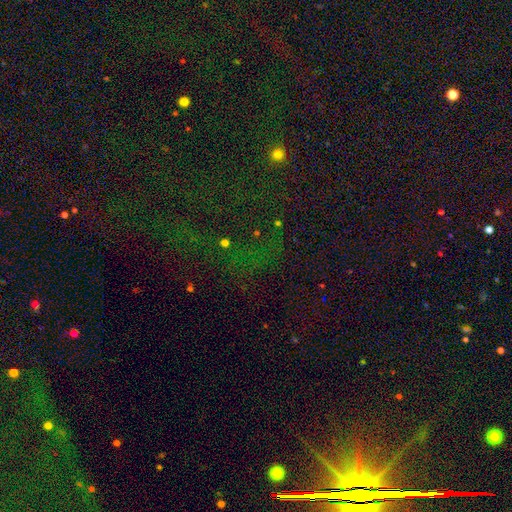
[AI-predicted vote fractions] smooth-or-featured: star or artifact: 79% | smooth: 12% | featured or disk: 9%